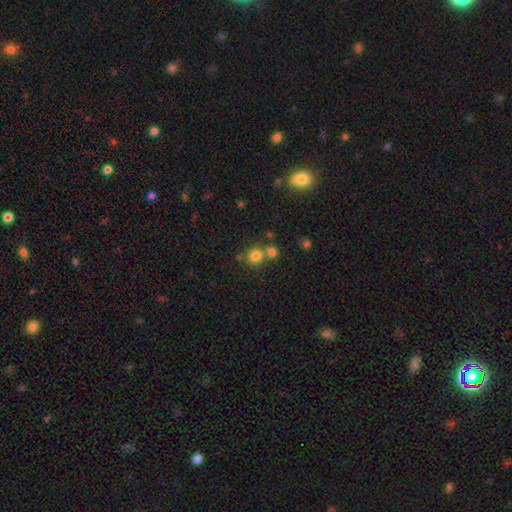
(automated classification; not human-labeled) smooth 78%, star or artifact 14%, featured or disk 8%. Down the decision tree: how rounded — round (84%); merging — none (58%).